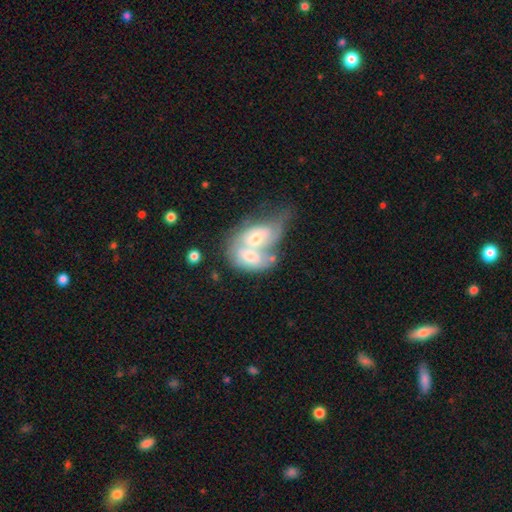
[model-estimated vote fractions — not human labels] A featured or disk galaxy (49%). Merging: merger (79%).